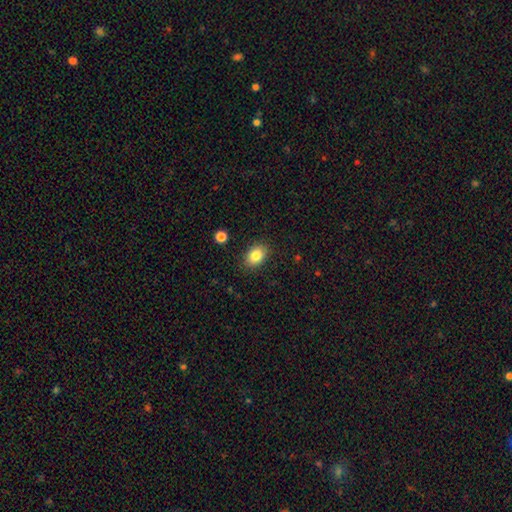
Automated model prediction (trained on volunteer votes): Smooth or featured? smooth (84%)
How rounded? in between (79%)
Merging? none (87%)